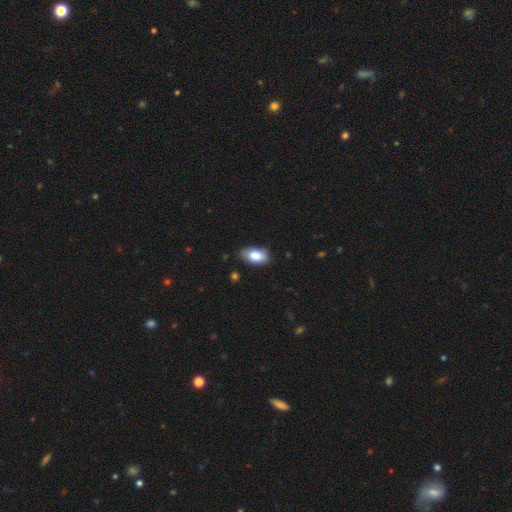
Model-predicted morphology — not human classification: smooth 84%, featured or disk 9%, star or artifact 7%. Down the decision tree: how rounded — in between (93%); merging — none (78%).